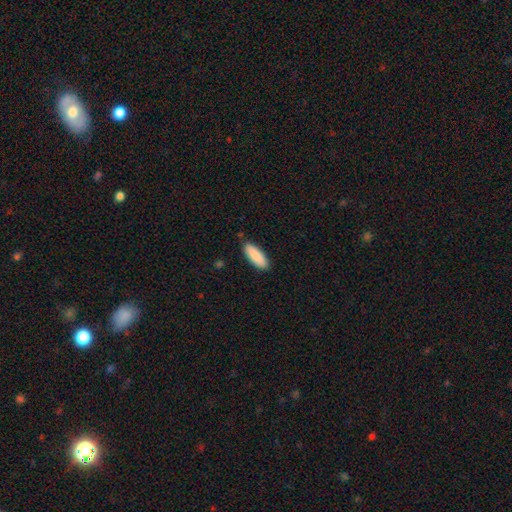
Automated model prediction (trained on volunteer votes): Morphology: type=smooth (89%); roundness=in between (65%); merging=none (87%).